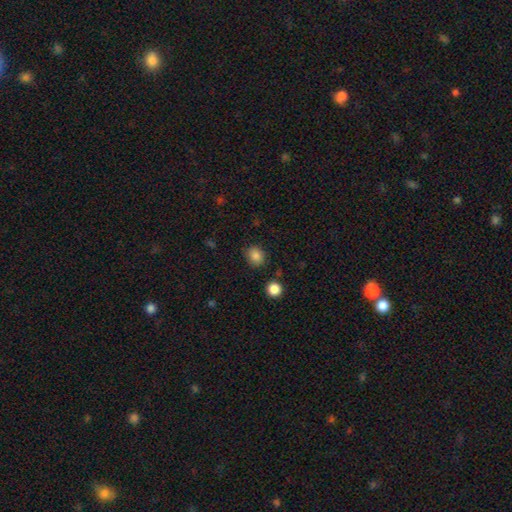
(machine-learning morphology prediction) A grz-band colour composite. It shows a smooth galaxy with no disk features (85%) that is round (69%). Merging: none (84%).